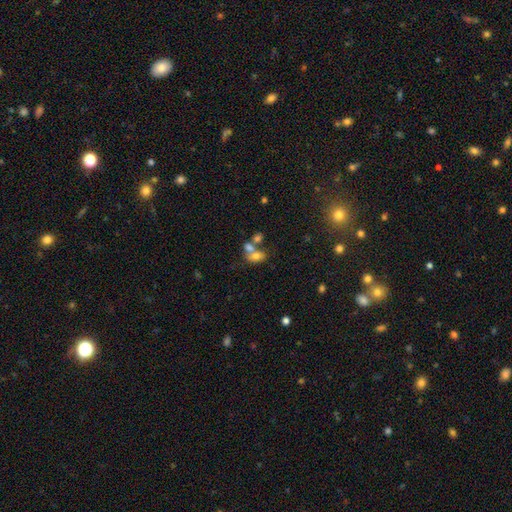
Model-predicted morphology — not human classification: smooth 67%, featured or disk 20%, star or artifact 13%. Down the decision tree: how rounded — in between (76%); merging — merger (54%).